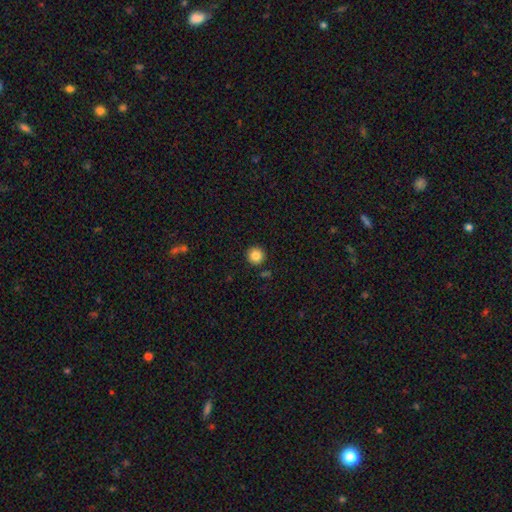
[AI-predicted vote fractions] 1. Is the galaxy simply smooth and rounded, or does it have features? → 86% smooth, 10% star or artifact, 5% featured or disk.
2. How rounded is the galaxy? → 96% round, 3% in between, 1% cigar-shaped.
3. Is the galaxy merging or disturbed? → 91% none, 5% minor disturbance, 2% merger, 2% major disturbance.